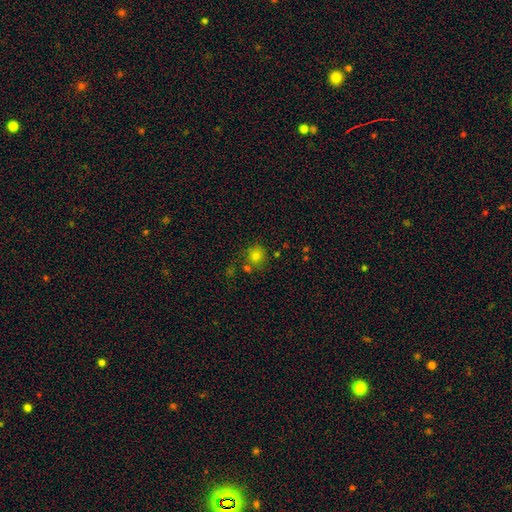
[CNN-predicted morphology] Smooth or featured? Predicted: smooth (p=0.78). How rounded? Predicted: round (p=0.83). Merging? Predicted: none (p=0.63).